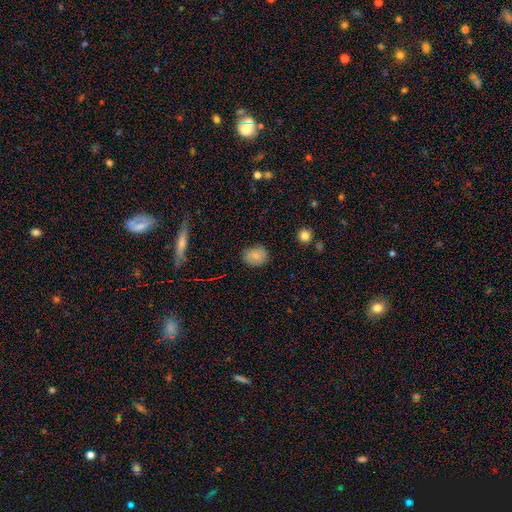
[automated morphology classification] smooth-or-featured: smooth: 81% | featured or disk: 10% | star or artifact: 9%
  how-rounded: round: 55% | in between: 43% | cigar-shaped: 1%
  merging: none: 80% | minor disturbance: 16% | major disturbance: 3% | merger: 1%